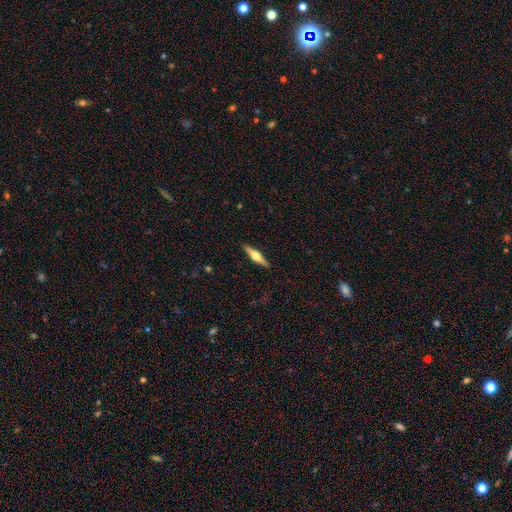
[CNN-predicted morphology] Q: Smooth or featured?
A: featured or disk (63%); runner-up: smooth (31%)
Q: Edge-on disk?
A: yes (97%); runner-up: no (3%)
Q: Edge-on bulge?
A: rounded (93%); runner-up: boxy (5%)
Q: Merging?
A: none (90%); runner-up: minor disturbance (7%)